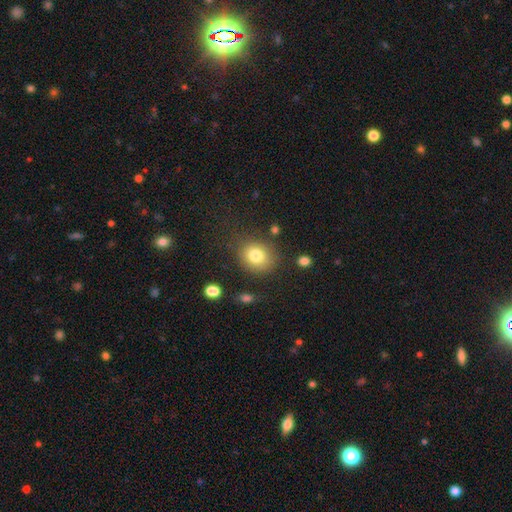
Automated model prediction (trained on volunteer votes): Smooth or featured: smooth — 81% (star or artifact — 10%)
How rounded: round — 68% (in between — 31%)
Merging: none — 77% (minor disturbance — 13%)